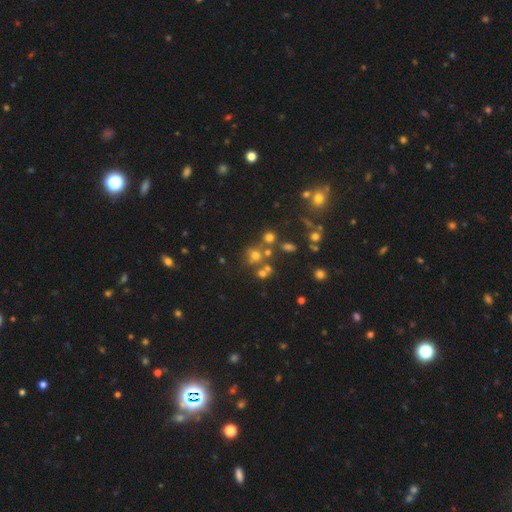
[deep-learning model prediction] smooth 53%, star or artifact 31%, featured or disk 15%. Down the decision tree: how rounded — round (84%); merging — none (59%).